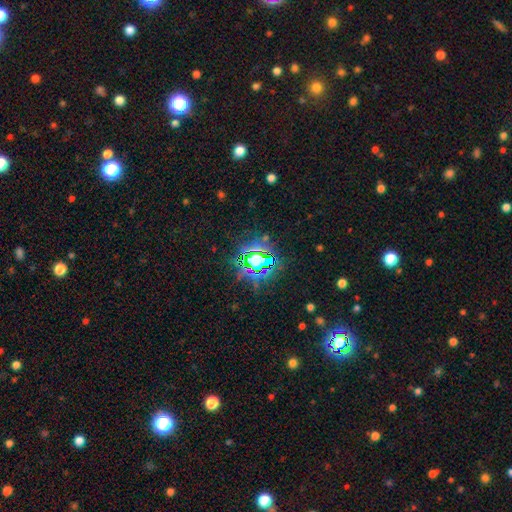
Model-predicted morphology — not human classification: A star or artifact, not a galaxy (82%).